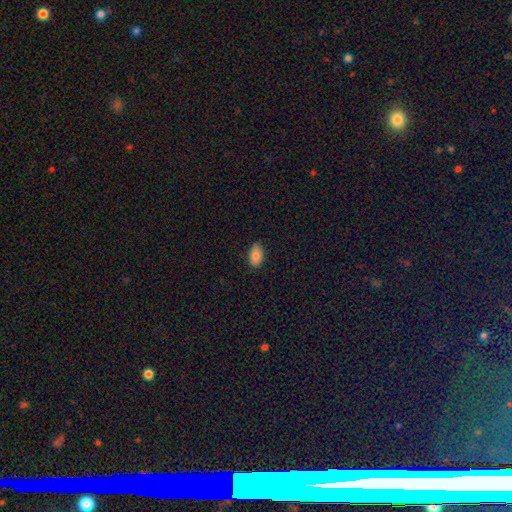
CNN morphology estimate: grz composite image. It shows a smooth galaxy with no disk features (84%) that is in between round and cigar-shaped (93%). Merging: none (88%).